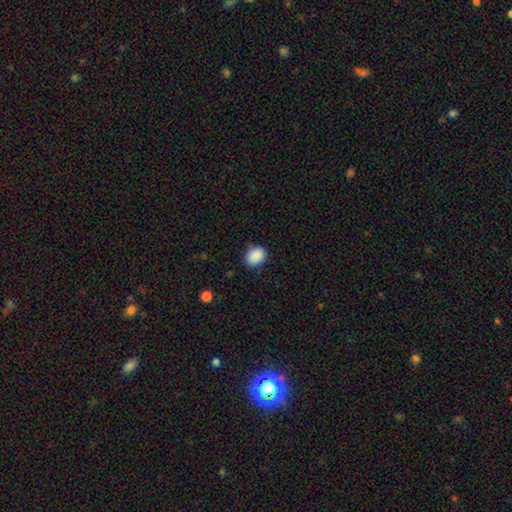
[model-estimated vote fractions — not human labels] smooth_or_featured: smooth (p=0.89) [alt: star or artifact p=0.08]
how_rounded: in between (p=0.66) [alt: round p=0.33]
merging: none (p=0.80) [alt: minor disturbance p=0.15]